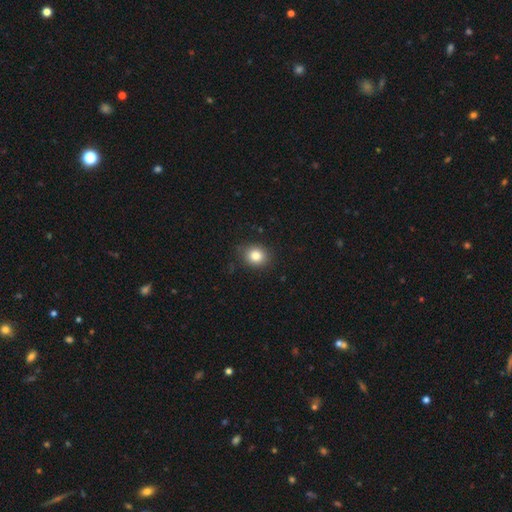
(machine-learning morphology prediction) Smooth or featured: smooth — 83% (star or artifact — 10%)
How rounded: round — 70% (in between — 29%)
Merging: none — 85% (minor disturbance — 11%)